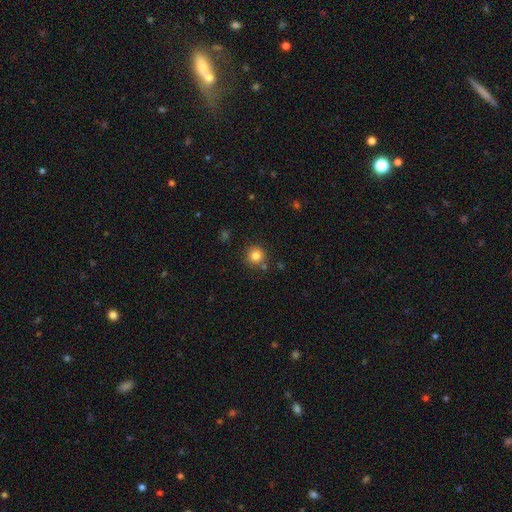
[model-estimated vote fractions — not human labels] Morphology: type=smooth (83%); roundness=round (93%); merging=none (82%).